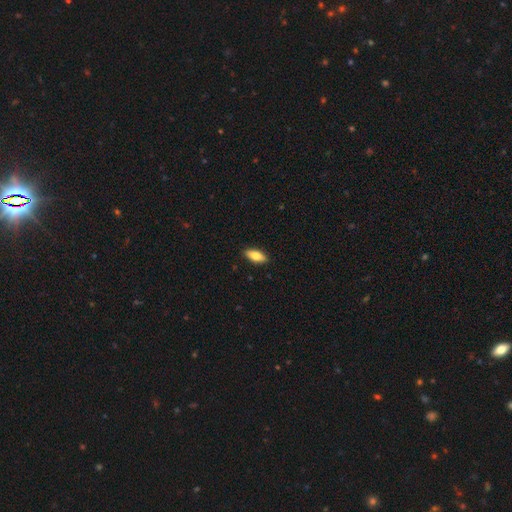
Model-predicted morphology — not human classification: Smooth or featured? Predicted: smooth (p=0.78). How rounded? Predicted: in between (p=0.82). Merging? Predicted: none (p=0.90).